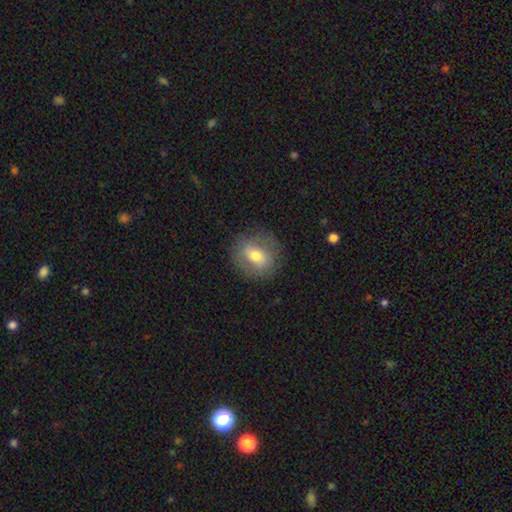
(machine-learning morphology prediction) Smooth or featured? Predicted: smooth (p=0.56). How rounded? Predicted: round (p=0.74). Merging? Predicted: none (p=0.82).